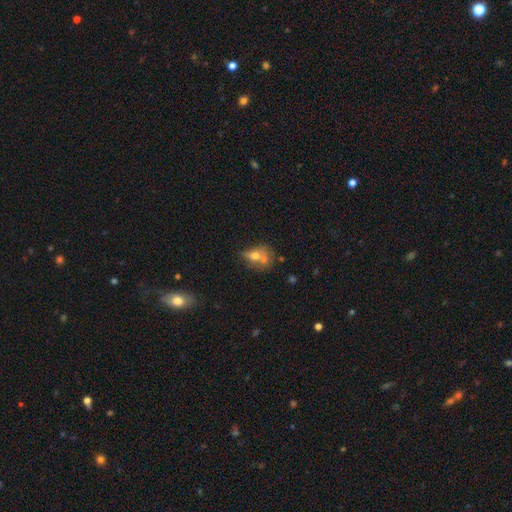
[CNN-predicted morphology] smooth-or-featured: smooth: 62% | featured or disk: 27% | star or artifact: 11%
  how-rounded: in between: 59% | round: 39% | cigar-shaped: 3%
  merging: merger: 44% | none: 28% | minor disturbance: 16% | major disturbance: 12%